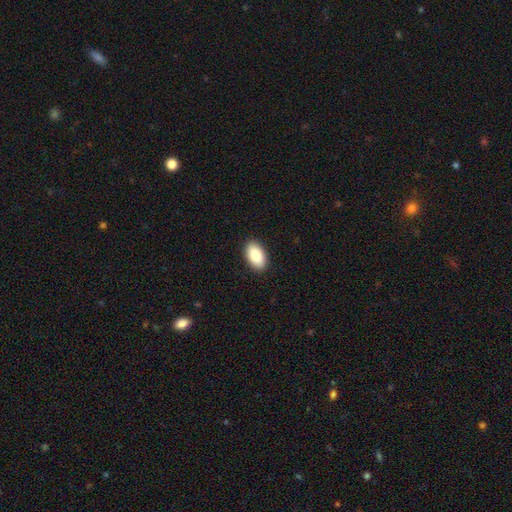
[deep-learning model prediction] smooth 87%, star or artifact 7%, featured or disk 6%. Down the decision tree: how rounded — in between (94%); merging — none (91%).